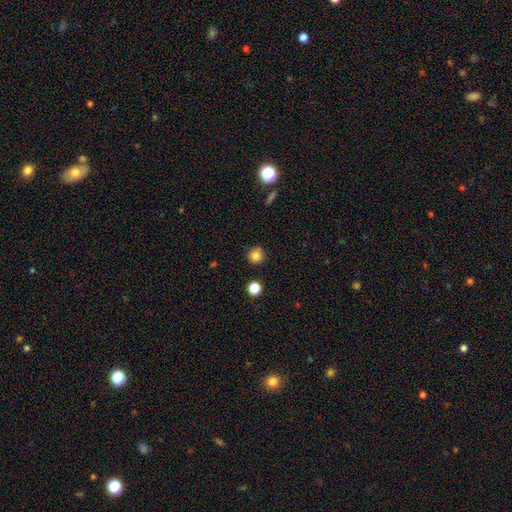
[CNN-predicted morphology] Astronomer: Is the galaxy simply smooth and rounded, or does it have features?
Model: smooth — 83%.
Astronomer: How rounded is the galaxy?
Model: round — 94%.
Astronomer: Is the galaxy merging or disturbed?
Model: none — 87%.